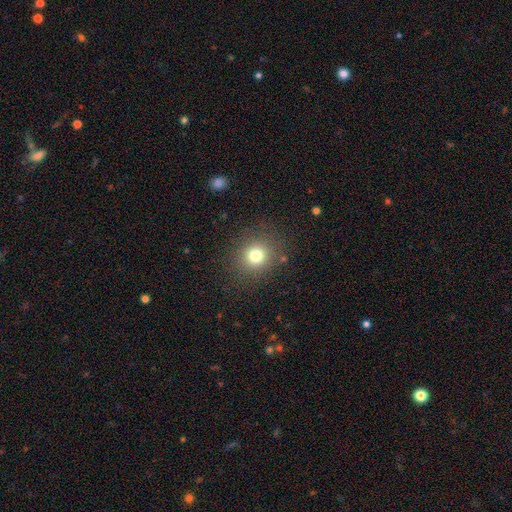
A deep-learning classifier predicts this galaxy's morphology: The model was most divided on "smooth or featured": smooth: 77%, star or artifact: 15%, featured or disk: 8%. More confident: merging — none (86%); how rounded — round (86%).